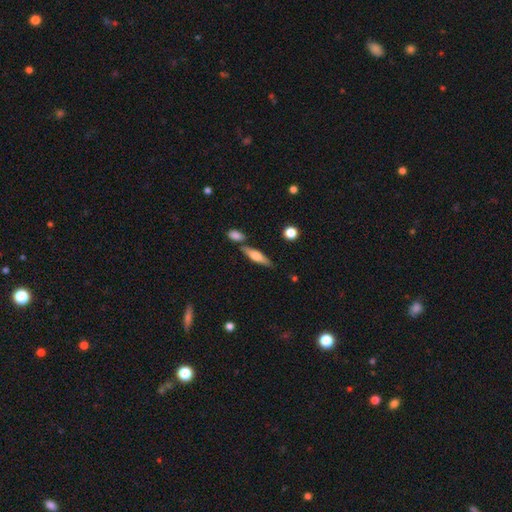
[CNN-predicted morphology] type=smooth (49%); merging=none (72%).